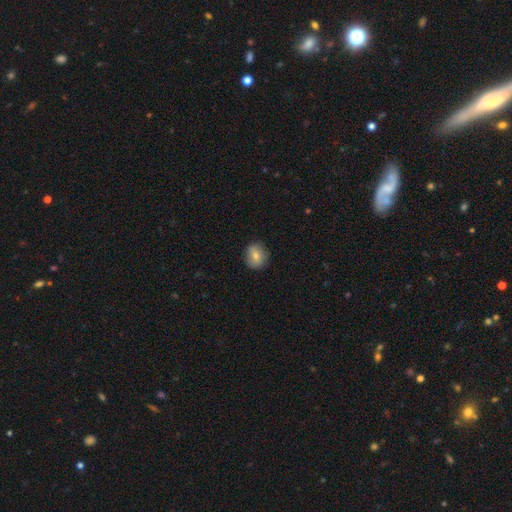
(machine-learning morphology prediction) A smooth galaxy with no disk features (75%) that is round (73%). Merging: none (85%).